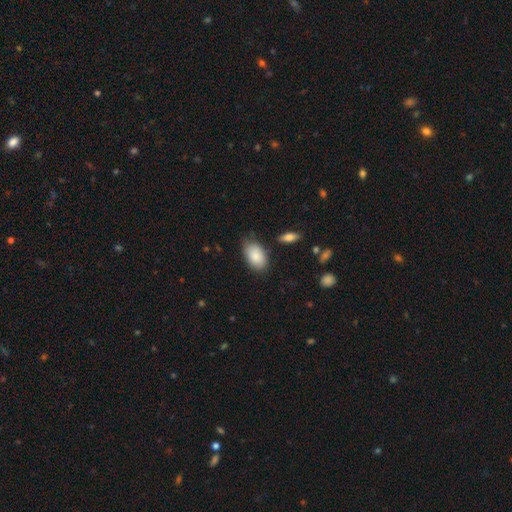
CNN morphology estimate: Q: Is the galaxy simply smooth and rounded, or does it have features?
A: smooth — 87%.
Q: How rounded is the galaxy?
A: in between — 92%.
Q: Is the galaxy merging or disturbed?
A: none — 74%.